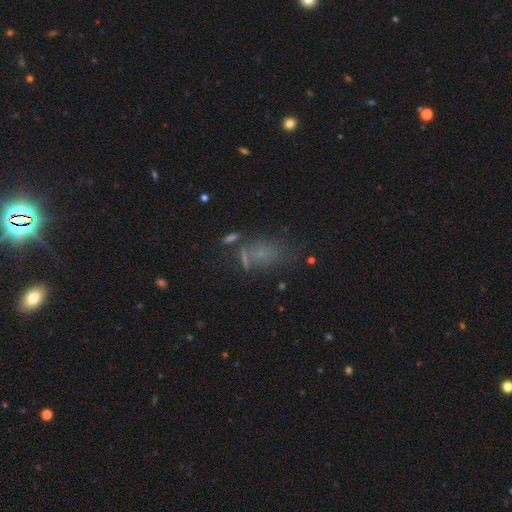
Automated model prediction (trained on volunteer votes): smooth 51%, star or artifact 28%, featured or disk 21%. Down the decision tree: how rounded — in between (80%); merging — none (45%).